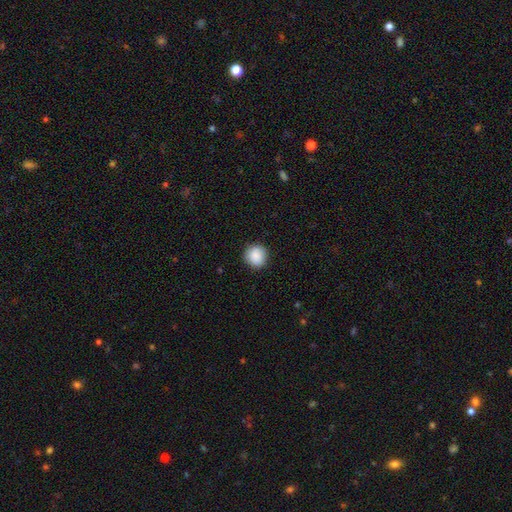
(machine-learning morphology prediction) Smooth or featured?
  - smooth: 89% *
  - star or artifact: 8%
  - featured or disk: 3%
How rounded?
  - round: 91% *
  - in between: 8%
  - cigar-shaped: 1%
Merging?
  - none: 89% *
  - minor disturbance: 8%
  - major disturbance: 2%
  - merger: 1%